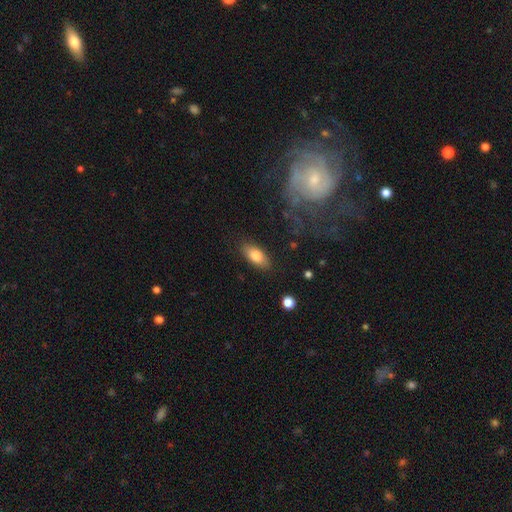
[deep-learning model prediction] Smooth or featured? smooth (80%)
How rounded? in between (87%)
Merging? none (85%)